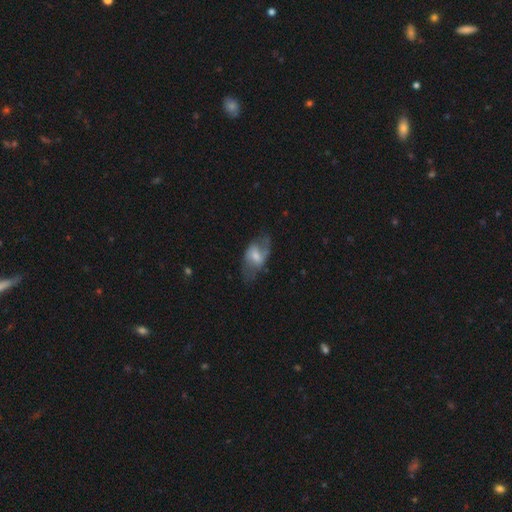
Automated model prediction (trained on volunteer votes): A featured or disk galaxy (59%) with a weak bar (50%), spiral arms (76%) and a moderate central bulge (46%). Merging: none (61%).